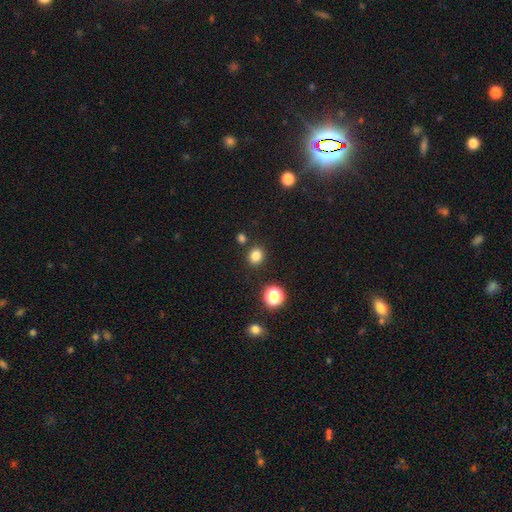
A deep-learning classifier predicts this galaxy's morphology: Smooth or featured: smooth — 82% (star or artifact — 14%)
How rounded: round — 70% (in between — 29%)
Merging: none — 85% (minor disturbance — 8%)